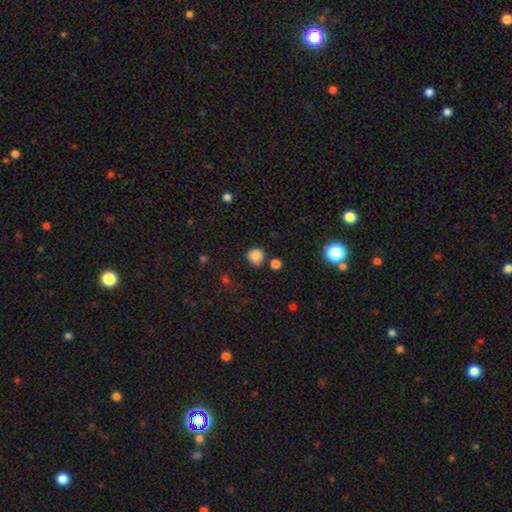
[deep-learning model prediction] smooth 83%, star or artifact 13%, featured or disk 4%. Down the decision tree: how rounded — round (88%); merging — none (71%).